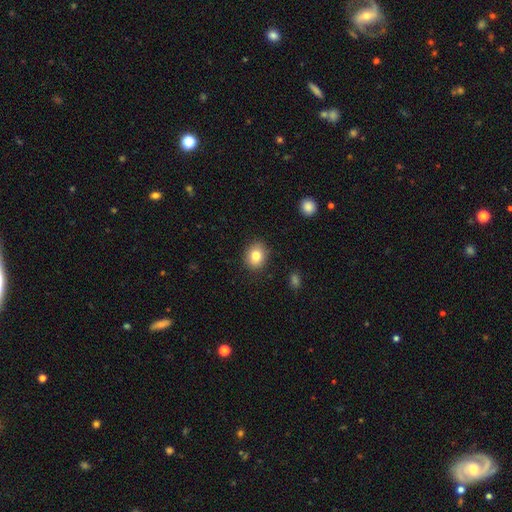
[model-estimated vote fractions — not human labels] smooth 81%, star or artifact 10%, featured or disk 9%. Down the decision tree: how rounded — round (61%); merging — none (88%).